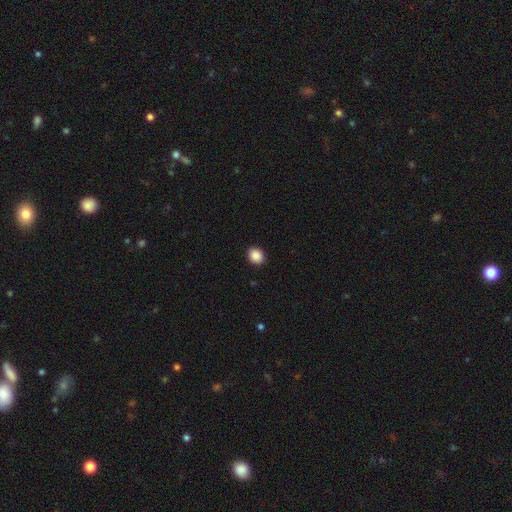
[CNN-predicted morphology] Smooth or featured?
  - smooth: 89% *
  - star or artifact: 9%
  - featured or disk: 3%
How rounded?
  - round: 64% *
  - in between: 36%
  - cigar-shaped: 1%
Merging?
  - none: 92% *
  - minor disturbance: 5%
  - major disturbance: 2%
  - merger: 1%